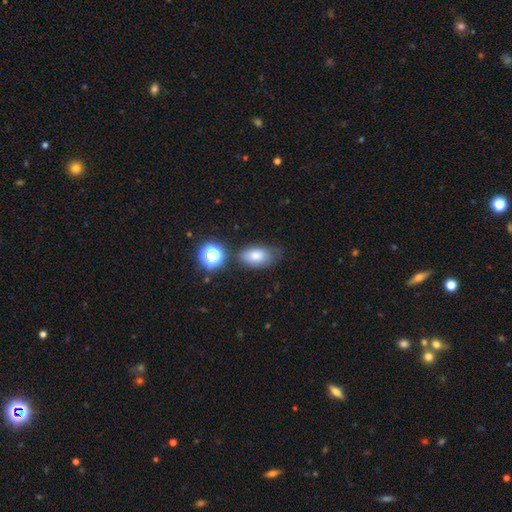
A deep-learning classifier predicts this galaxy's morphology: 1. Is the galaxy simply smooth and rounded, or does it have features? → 75% smooth, 13% star or artifact, 12% featured or disk.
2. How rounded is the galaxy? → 87% in between, 11% round, 2% cigar-shaped.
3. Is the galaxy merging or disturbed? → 63% none, 23% minor disturbance, 7% major disturbance, 6% merger.